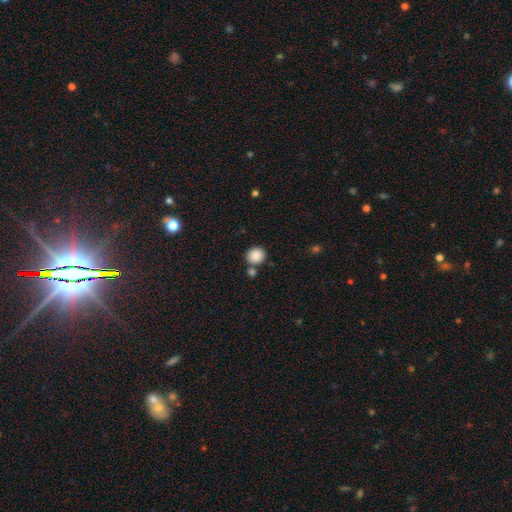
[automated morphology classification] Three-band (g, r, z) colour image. It shows a smooth galaxy with no disk features (87%) that is round (81%). Merging: none (73%).